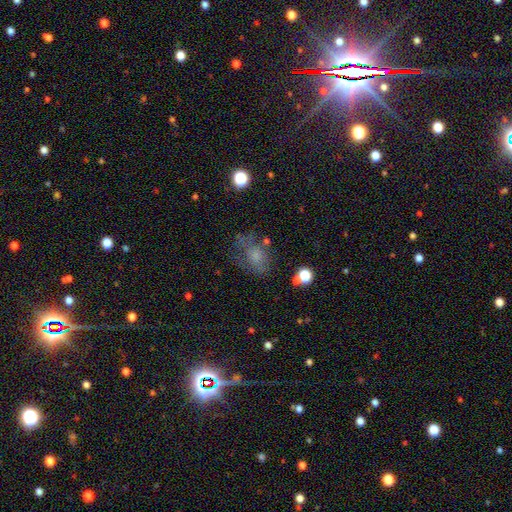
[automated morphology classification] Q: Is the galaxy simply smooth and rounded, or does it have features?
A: smooth — 56%.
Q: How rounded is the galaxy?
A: in between — 64%.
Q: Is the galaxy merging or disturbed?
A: none — 44%.